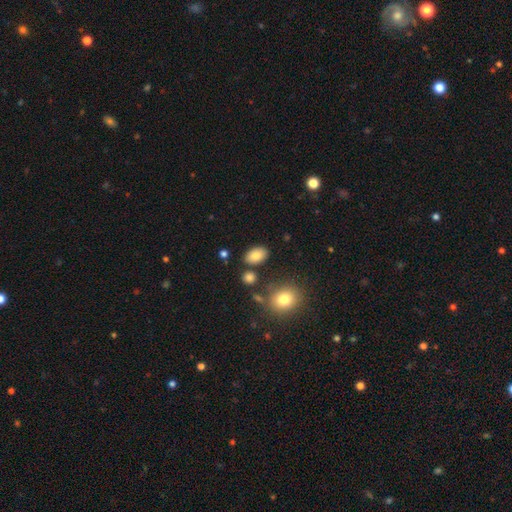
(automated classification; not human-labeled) smooth-or-featured: smooth: 82% | star or artifact: 9% | featured or disk: 8%
  how-rounded: in between: 89% | round: 9% | cigar-shaped: 1%
  merging: none: 81% | minor disturbance: 10% | merger: 5% | major disturbance: 3%